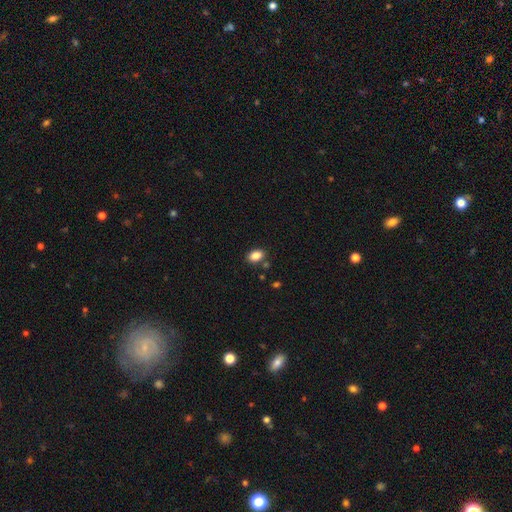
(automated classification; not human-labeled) A smooth galaxy with no disk features (86%) that is in between round and cigar-shaped (85%).

Vote fractions:
- Smooth or featured? smooth: 86% / star or artifact: 9% / featured or disk: 4%
- How rounded? in between: 85% / round: 14% / cigar-shaped: 1%
- Merging? none: 81% / minor disturbance: 11% / merger: 5% / major disturbance: 3%